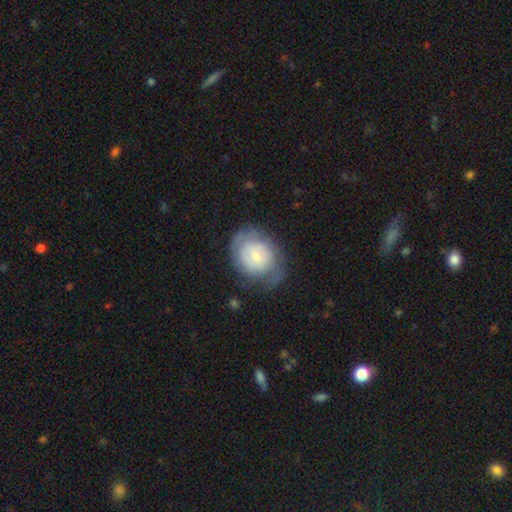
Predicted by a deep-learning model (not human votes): Morphology: type=featured or disk (55%); edge-on=no (97%); bar=no (72%); spiral arms=yes (74%); bulge=small (63%); merging=none (60%).